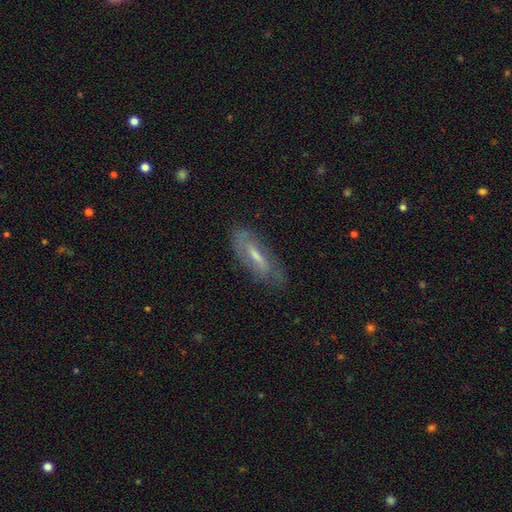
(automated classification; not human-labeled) Smooth or featured?
  - featured or disk: 58% *
  - smooth: 34%
  - star or artifact: 8%
Edge-on disk?
  - no: 72% *
  - yes: 28%
Merging?
  - none: 74% *
  - minor disturbance: 18%
  - major disturbance: 6%
  - merger: 1%